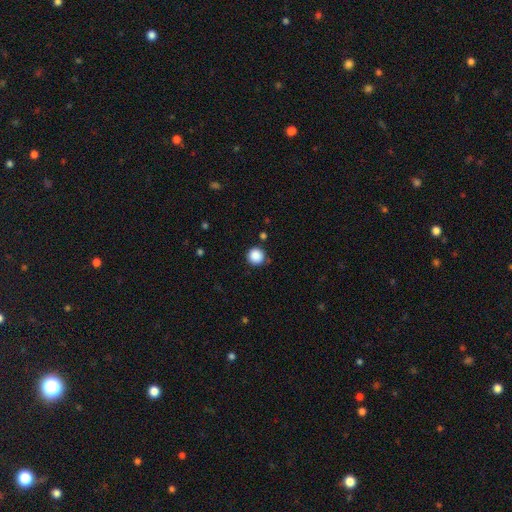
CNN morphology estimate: Q: Smooth or featured?
A: smooth (88%); runner-up: star or artifact (10%)
Q: How rounded?
A: round (95%); runner-up: in between (4%)
Q: Merging?
A: none (87%); runner-up: minor disturbance (8%)